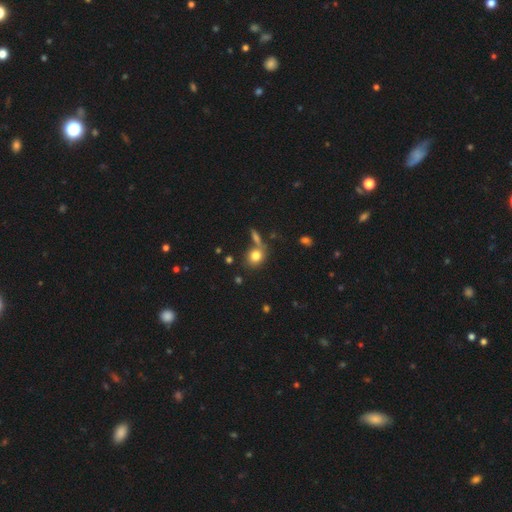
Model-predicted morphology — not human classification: The model was most divided on "how rounded": round: 63%, in between: 35%, cigar-shaped: 2%. More confident: smooth or featured — smooth (79%); merging — none (62%).